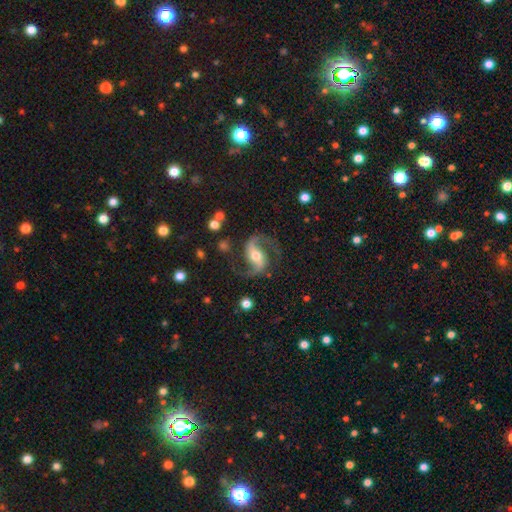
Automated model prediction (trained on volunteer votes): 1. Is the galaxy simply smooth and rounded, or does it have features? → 91% featured or disk, 5% star or artifact, 4% smooth.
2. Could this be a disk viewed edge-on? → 98% no, 2% yes.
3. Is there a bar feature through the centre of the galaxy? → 42% strong, 35% weak, 23% no.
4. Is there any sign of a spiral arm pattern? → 98% yes, 2% no.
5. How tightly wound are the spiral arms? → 48% medium, 43% loose, 9% tight.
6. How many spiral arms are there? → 94% 2, 2% 1, 1% can't tell, 1% 3, 1% 4, 1% more than 4.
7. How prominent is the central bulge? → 68% moderate, 21% small, 8% large, 1% none, 1% dominant.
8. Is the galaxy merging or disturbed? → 80% none, 12% minor disturbance, 7% major disturbance, 2% merger.